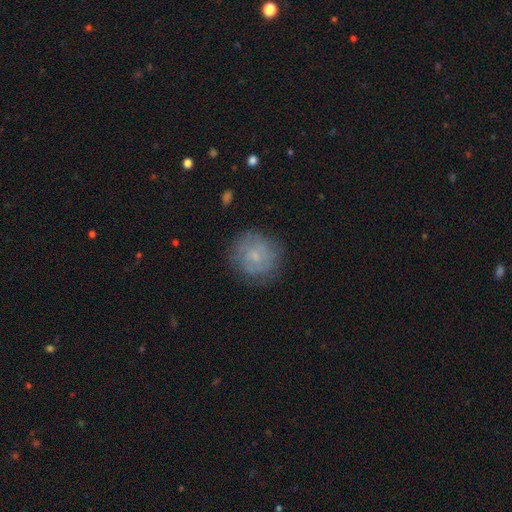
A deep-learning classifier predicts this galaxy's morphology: smooth_or_featured: smooth (p=0.51) [alt: featured or disk p=0.39]
how_rounded: round (p=0.88) [alt: in between p=0.11]
merging: none (p=0.76) [alt: minor disturbance p=0.16]